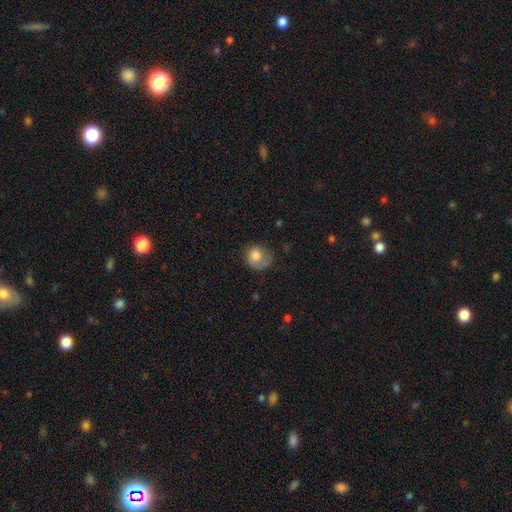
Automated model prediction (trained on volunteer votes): Smooth or featured?
  - smooth: 77% *
  - featured or disk: 15%
  - star or artifact: 8%
How rounded?
  - round: 77% *
  - in between: 22%
  - cigar-shaped: 1%
Merging?
  - none: 46% *
  - minor disturbance: 29%
  - major disturbance: 23%
  - merger: 3%